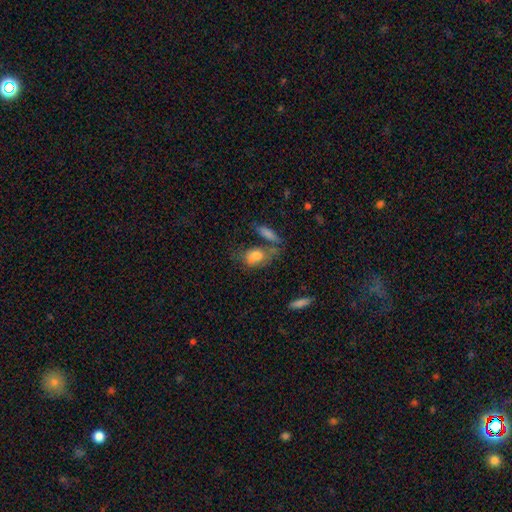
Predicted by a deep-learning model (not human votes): Morphology: type=smooth (73%); roundness=in between (80%); merging=none (39%).